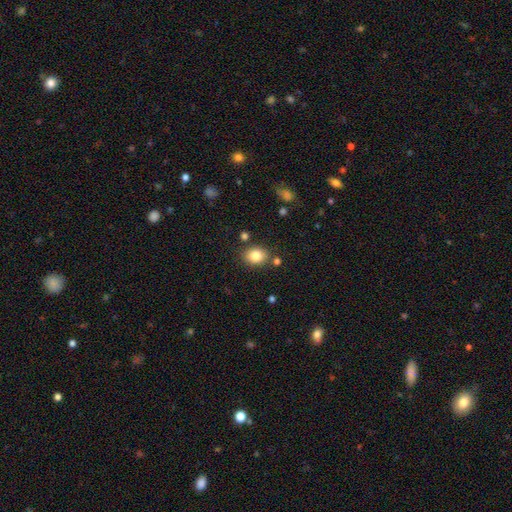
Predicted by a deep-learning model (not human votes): Smooth or featured: smooth — 83% (star or artifact — 10%)
How rounded: round — 50% (in between — 49%)
Merging: none — 81% (minor disturbance — 11%)